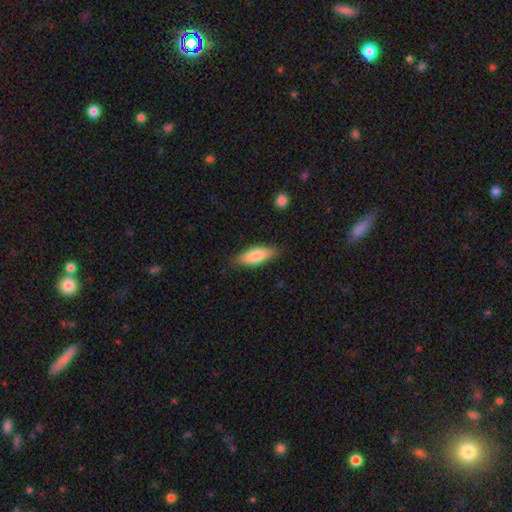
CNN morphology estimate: The model was most divided on "how rounded": in between: 65%, cigar-shaped: 33%, round: 2%. More confident: merging — none (83%); smooth or featured — smooth (80%).